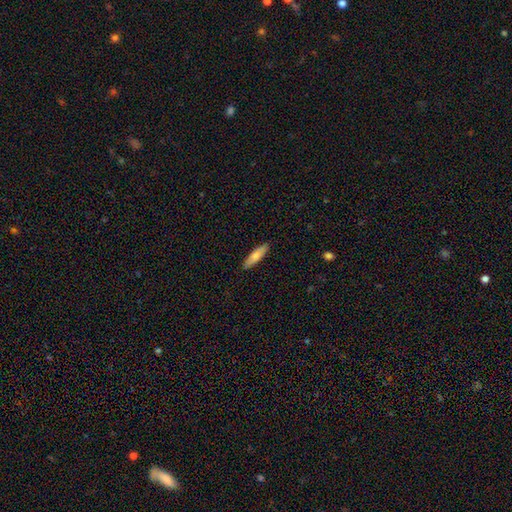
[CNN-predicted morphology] This appears to be a smooth galaxy with no disk features (73%) that is cigar-shaped (70%). Merging: none (90%).